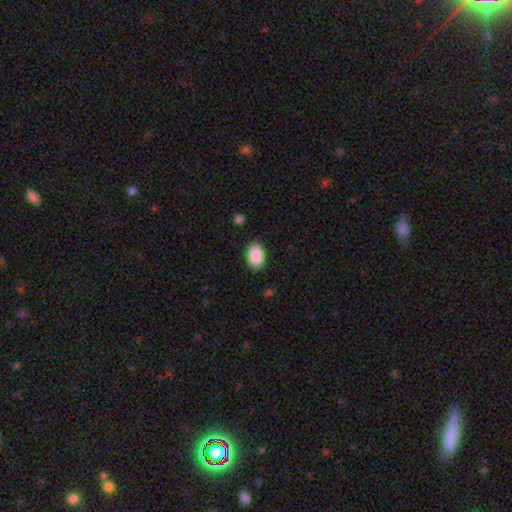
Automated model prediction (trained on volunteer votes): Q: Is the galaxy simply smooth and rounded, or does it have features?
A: smooth — 90%.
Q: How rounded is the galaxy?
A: in between — 91%.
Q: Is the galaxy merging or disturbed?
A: none — 87%.